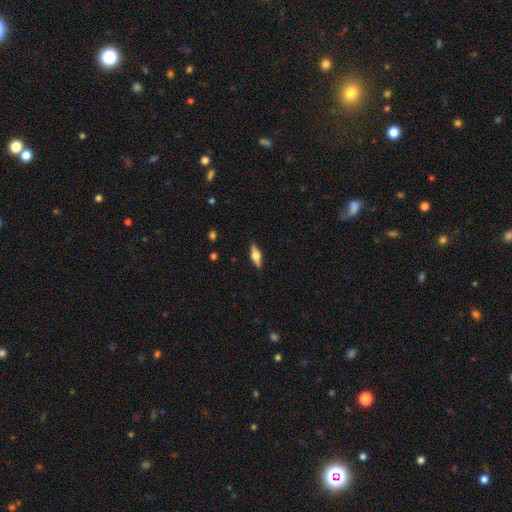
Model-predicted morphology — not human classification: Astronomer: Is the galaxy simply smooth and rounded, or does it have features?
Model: featured or disk — 49% (runner-up: smooth, 45%).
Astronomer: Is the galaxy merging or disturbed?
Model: none — 88%.